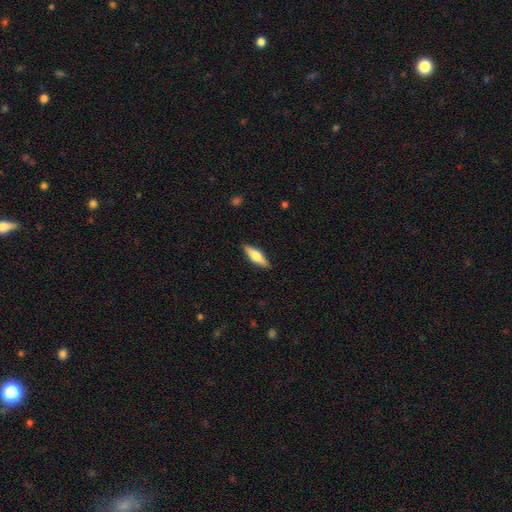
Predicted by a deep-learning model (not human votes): A smooth galaxy with no disk features (52%) that is cigar-shaped (57%).

Vote fractions:
- Smooth or featured? smooth: 52% / featured or disk: 42% / star or artifact: 6%
- How rounded? cigar-shaped: 57% / in between: 41% / round: 2%
- Merging? none: 88% / minor disturbance: 9% / major disturbance: 2% / merger: 1%